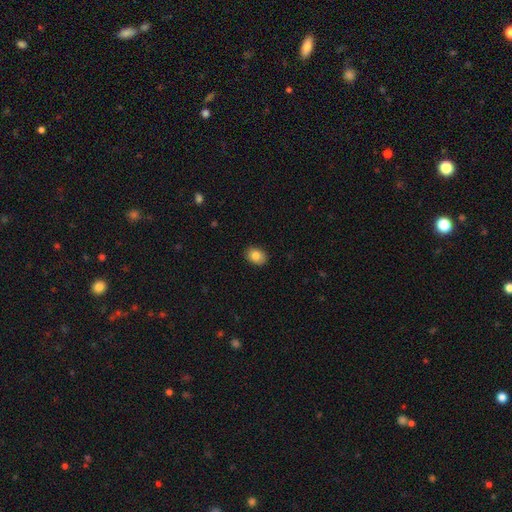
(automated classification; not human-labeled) Overall: smooth (83%). How rounded: in between (69%; round 30%). Merging: none (90%).